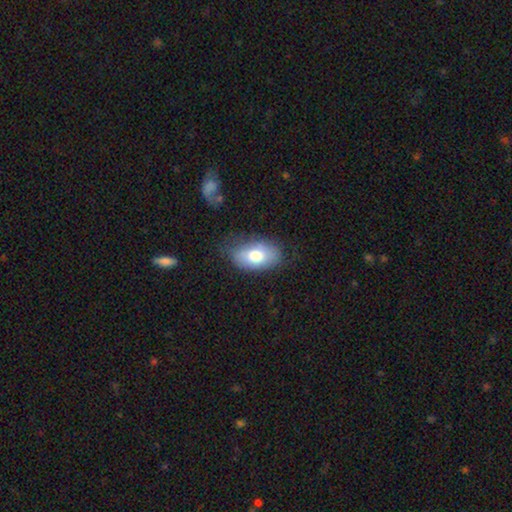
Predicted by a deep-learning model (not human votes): A smooth galaxy with no disk features (74%) that is in between round and cigar-shaped (91%). Merging: none (69%).